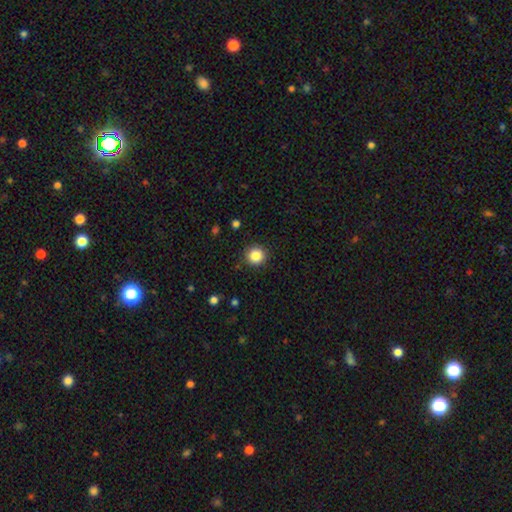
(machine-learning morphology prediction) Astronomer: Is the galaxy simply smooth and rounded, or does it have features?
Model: smooth — 86%.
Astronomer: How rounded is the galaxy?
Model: round — 95%.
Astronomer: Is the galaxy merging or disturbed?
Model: none — 91%.